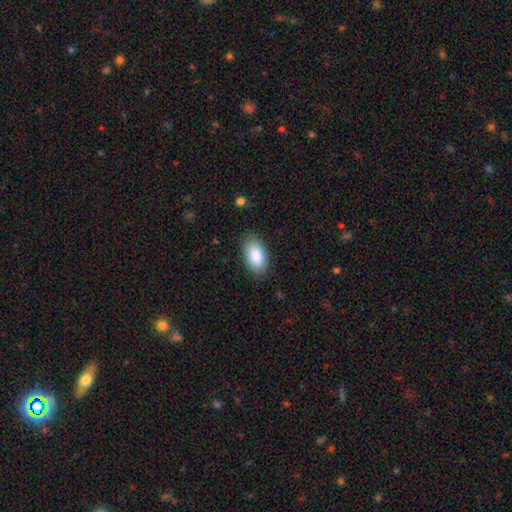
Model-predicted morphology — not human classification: The model was most divided on "merging": none: 85%, minor disturbance: 11%, major disturbance: 3%, merger: 1%. More confident: how rounded — in between (95%); smooth or featured — smooth (88%).